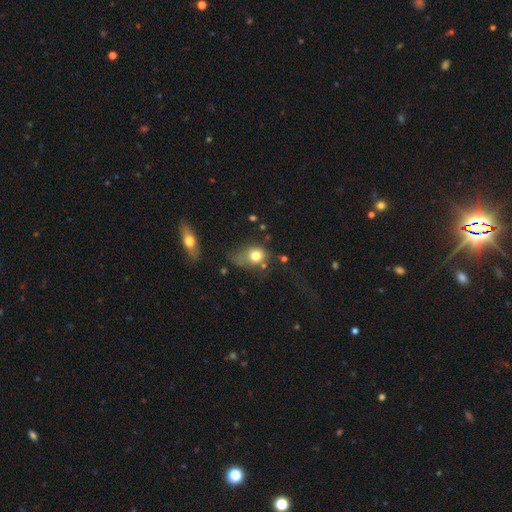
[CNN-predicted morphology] Q: Smooth or featured?
A: smooth (75%); runner-up: featured or disk (14%)
Q: How rounded?
A: in between (50%); runner-up: round (49%)
Q: Merging?
A: none (34%); runner-up: major disturbance (28%)